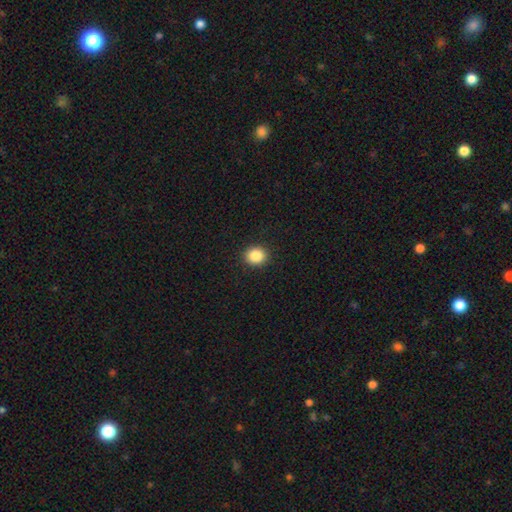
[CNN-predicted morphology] smooth 87%, star or artifact 9%, featured or disk 4%. Down the decision tree: how rounded — round (75%); merging — none (92%).